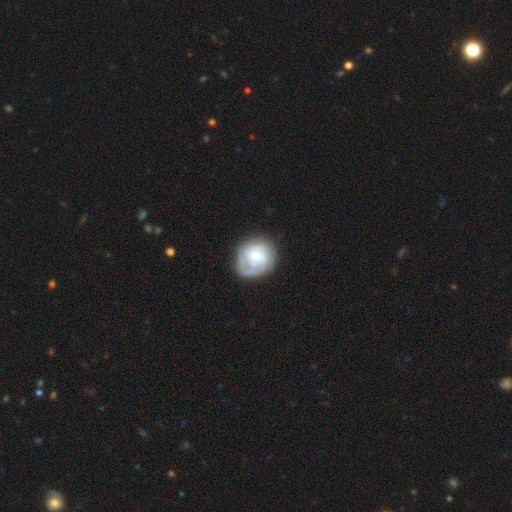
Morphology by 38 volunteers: type=featured or disk (66%); edge-on=no (96%); bar=no (58%); spiral arms=yes (62%); winding=tight (60%); arm count=2 (40%, tied with can't tell); bulge=moderate (46%, tied with small); merging=none (56%).